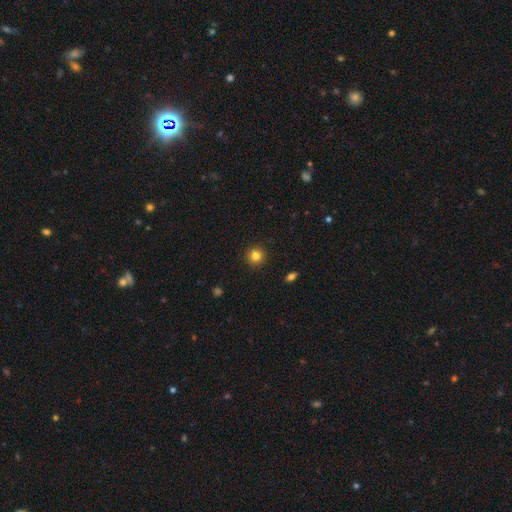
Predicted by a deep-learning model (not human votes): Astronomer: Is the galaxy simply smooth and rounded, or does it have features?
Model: smooth — 83%.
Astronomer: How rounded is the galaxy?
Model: round — 95%.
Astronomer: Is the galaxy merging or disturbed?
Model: none — 93%.